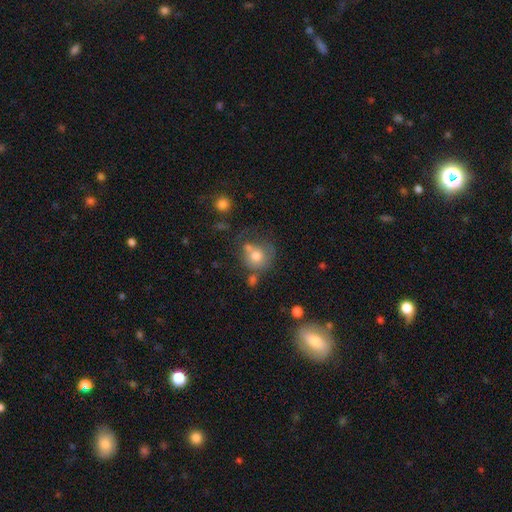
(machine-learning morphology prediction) This is likely a smooth galaxy (70%). How rounded: likely round (80%). Merging: marginally none (41%).